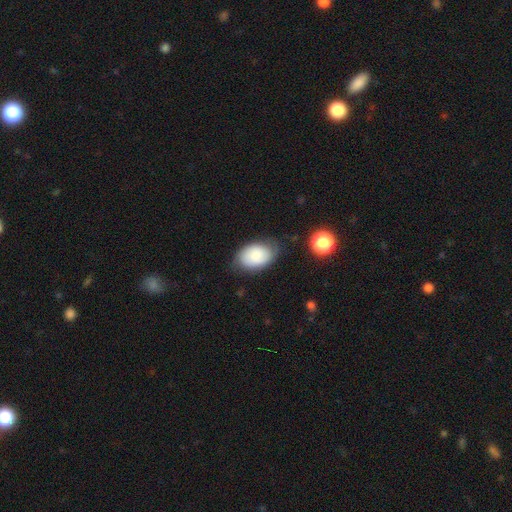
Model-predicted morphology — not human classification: Smooth or featured? smooth (83%)
How rounded? in between (87%)
Merging? none (70%)